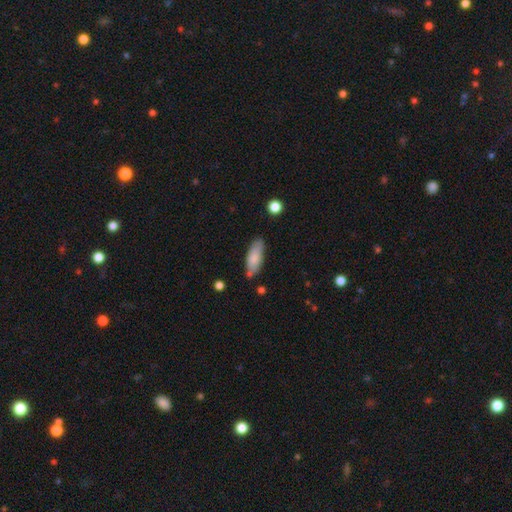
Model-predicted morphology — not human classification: smooth 80%, featured or disk 14%, star or artifact 6%. Down the decision tree: how rounded — in between (67%); merging — none (75%).